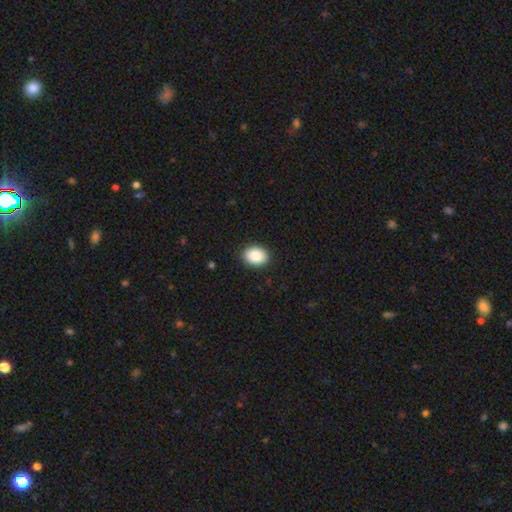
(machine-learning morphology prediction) The model was most divided on "how rounded": in between: 65%, round: 34%, cigar-shaped: 1%. More confident: merging — none (90%); smooth or featured — smooth (87%).